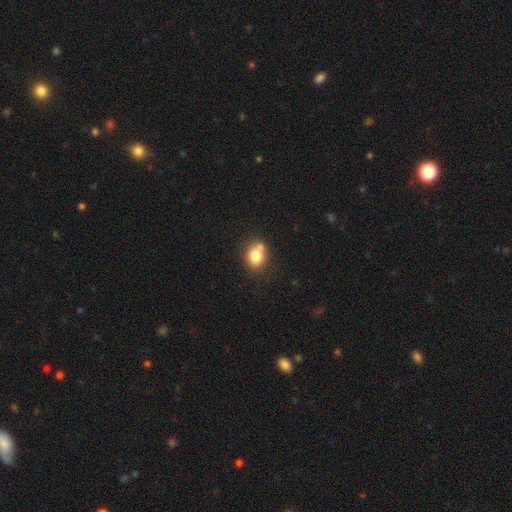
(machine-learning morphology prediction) type=smooth (79%); roundness=in between (50%); merging=none (58%).